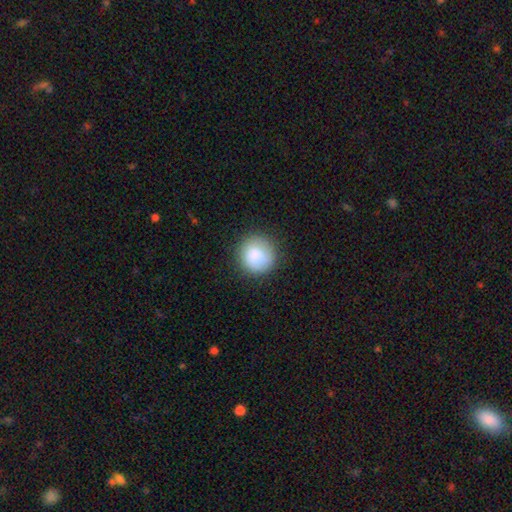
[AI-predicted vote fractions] Smooth or featured: smooth — 84% (featured or disk — 8%)
How rounded: round — 93% (in between — 6%)
Merging: none — 84% (minor disturbance — 11%)